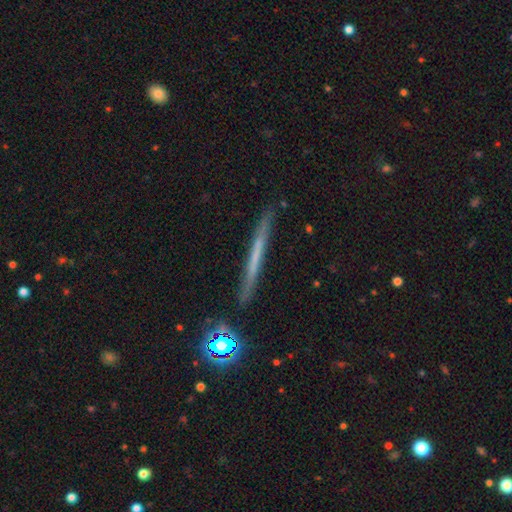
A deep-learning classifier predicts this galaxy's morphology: Smooth or featured?
  - featured or disk: 47% *
  - smooth: 41%
  - star or artifact: 11%
Merging?
  - none: 87% *
  - minor disturbance: 9%
  - major disturbance: 2%
  - merger: 2%